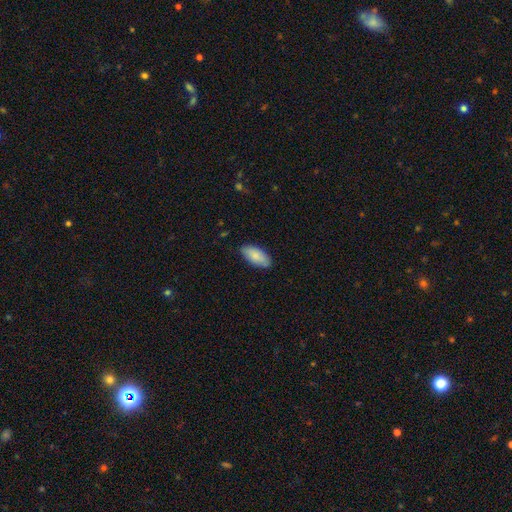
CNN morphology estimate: type=smooth (85%); roundness=in between (91%); merging=none (86%).